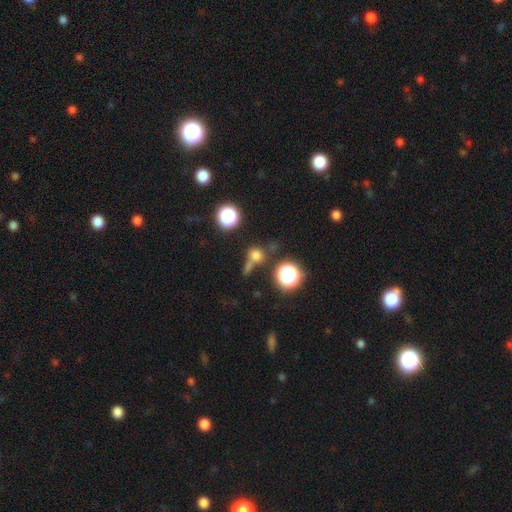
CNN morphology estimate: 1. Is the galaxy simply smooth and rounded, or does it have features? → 68% smooth, 22% star or artifact, 10% featured or disk.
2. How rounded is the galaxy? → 80% round, 18% in between, 2% cigar-shaped.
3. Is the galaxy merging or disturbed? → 48% none, 30% merger, 12% minor disturbance, 9% major disturbance.